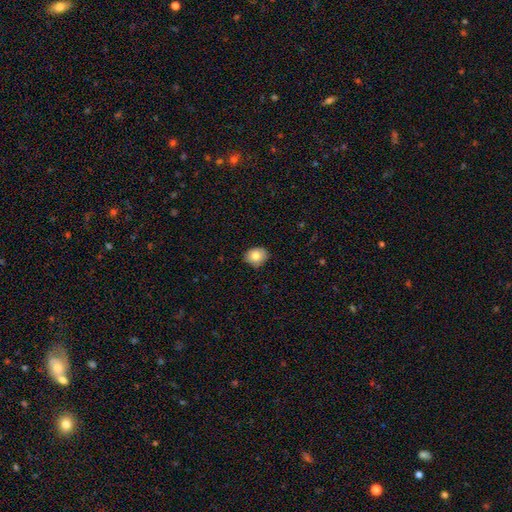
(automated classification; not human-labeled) Morphology: type=smooth (80%); roundness=round (55%); merging=none (85%).